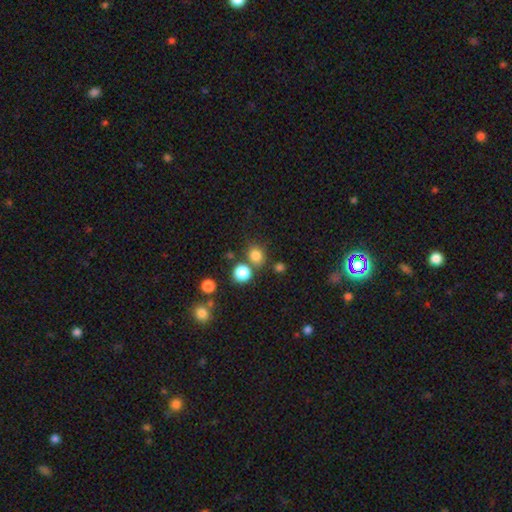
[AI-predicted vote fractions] Morphology: type=smooth (80%); roundness=round (75%); merging=none (68%).